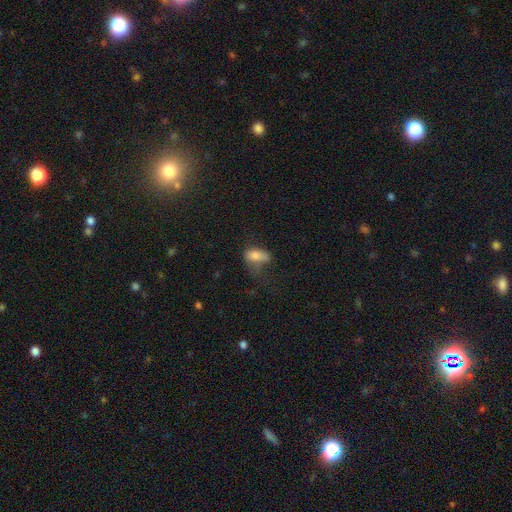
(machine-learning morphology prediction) Smooth or featured: smooth — 74% (featured or disk — 16%)
How rounded: in between — 87% (round — 7%)
Merging: major disturbance — 38% (none — 29%)